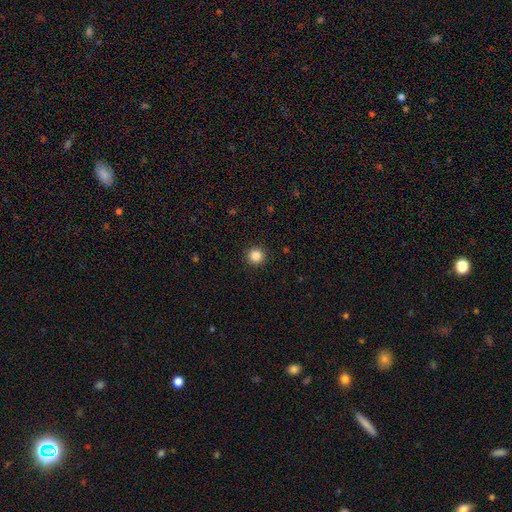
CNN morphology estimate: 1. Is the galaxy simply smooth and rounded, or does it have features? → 86% smooth, 11% star or artifact, 3% featured or disk.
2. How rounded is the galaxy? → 96% round, 3% in between, 1% cigar-shaped.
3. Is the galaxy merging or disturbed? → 93% none, 4% minor disturbance, 2% major disturbance, 1% merger.